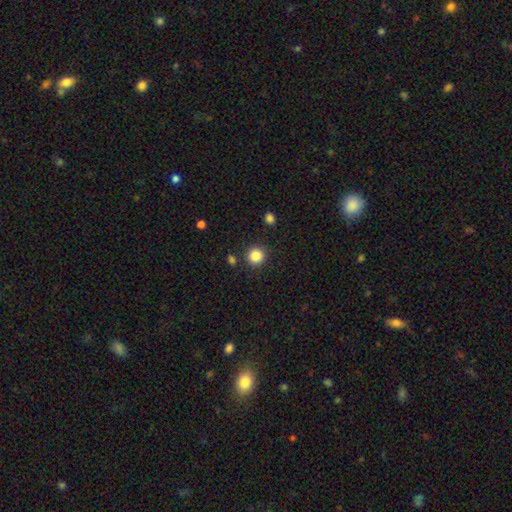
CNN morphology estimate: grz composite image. It shows a smooth galaxy with no disk features (86%) that is round (94%). Merging: none (88%).